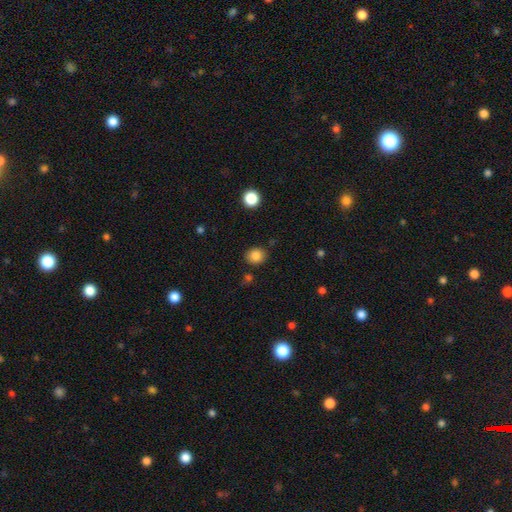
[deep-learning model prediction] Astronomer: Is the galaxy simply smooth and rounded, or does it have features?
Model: smooth — 84%.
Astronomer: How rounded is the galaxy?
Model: round — 74%.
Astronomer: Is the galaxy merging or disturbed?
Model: none — 85%.